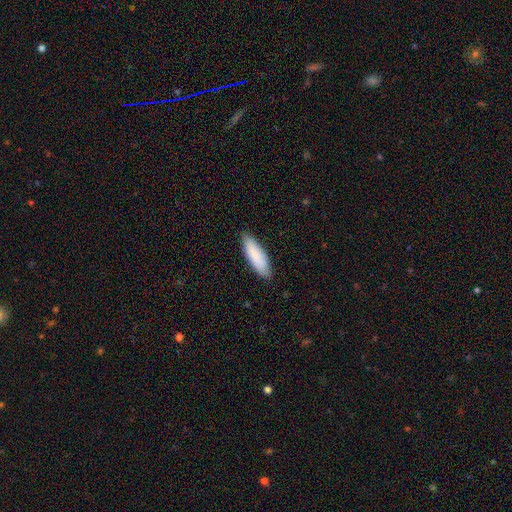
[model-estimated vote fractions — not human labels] smooth_or_featured: smooth (p=0.87) [alt: featured or disk p=0.08]
how_rounded: in between (p=0.51) [alt: cigar-shaped p=0.47]
merging: none (p=0.86) [alt: minor disturbance p=0.11]